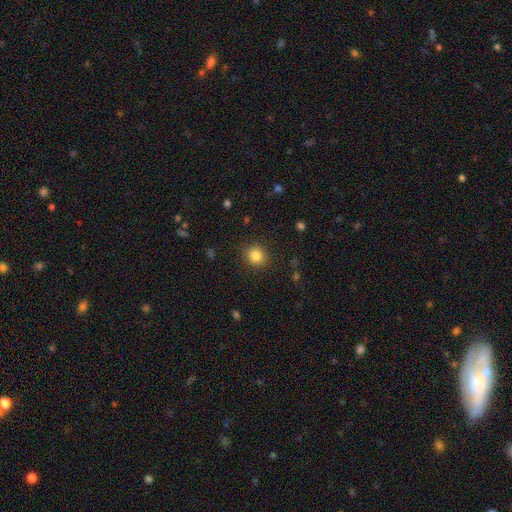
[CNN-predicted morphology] The model was most divided on "how rounded": round: 85%, in between: 14%, cigar-shaped: 1%. More confident: merging — none (89%); smooth or featured — smooth (83%).